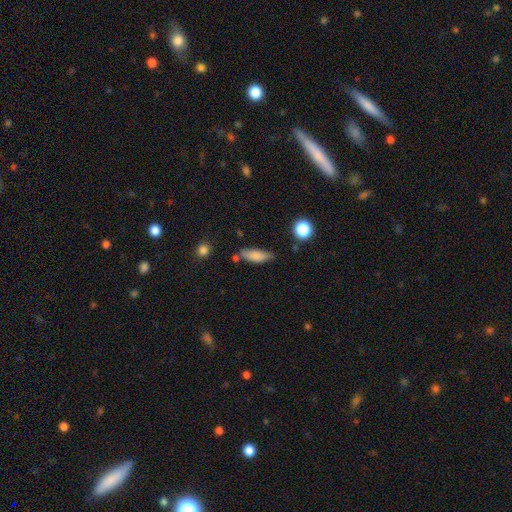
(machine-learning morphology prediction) This appears to be a smooth galaxy with no disk features (80%) that is in between round and cigar-shaped (65%). Merging: none (60%).